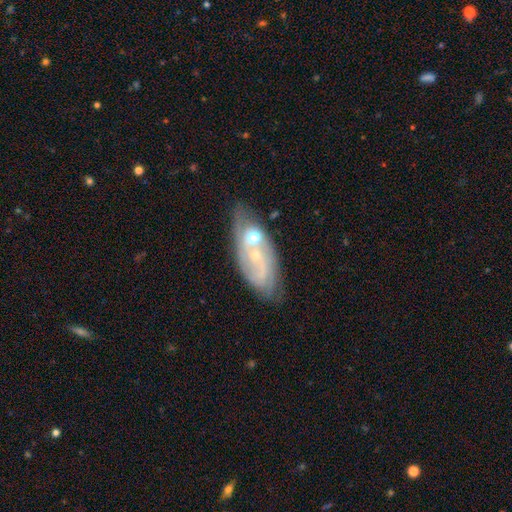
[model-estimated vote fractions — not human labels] Overall: featured or disk (66%). Edge-on disk: no (90%). Bar: no (72%). Spiral arms: yes (71%). Bulge size: small (66%; moderate 27%). Merging: none (55%; merger 18%).